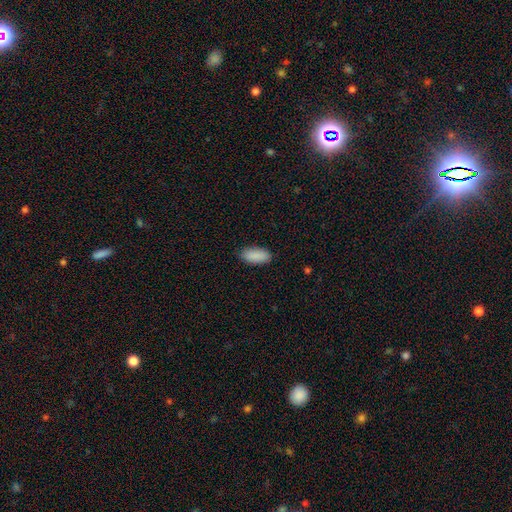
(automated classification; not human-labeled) Overall: smooth (90%). How rounded: in between (88%). Merging: none (86%).